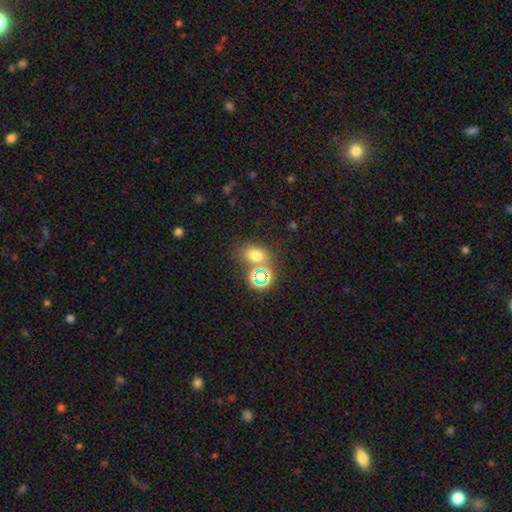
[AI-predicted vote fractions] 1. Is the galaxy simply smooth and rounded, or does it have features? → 64% smooth, 27% star or artifact, 9% featured or disk.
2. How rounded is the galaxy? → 58% in between, 40% round, 1% cigar-shaped.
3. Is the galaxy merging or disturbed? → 65% none, 19% merger, 11% minor disturbance, 5% major disturbance.